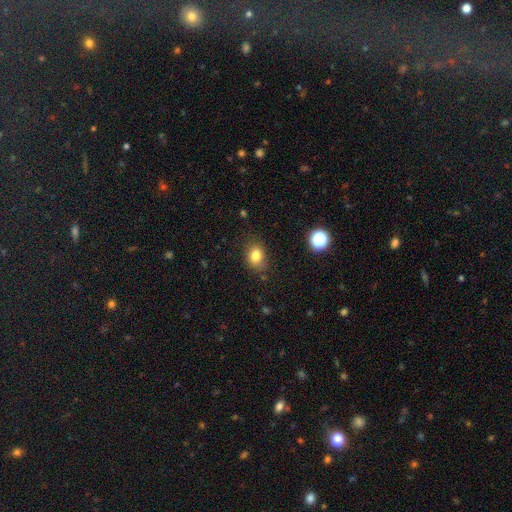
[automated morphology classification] smooth_or_featured: smooth (p=0.81) [alt: star or artifact p=0.12]
how_rounded: in between (p=0.57) [alt: round p=0.42]
merging: none (p=0.79) [alt: minor disturbance p=0.15]